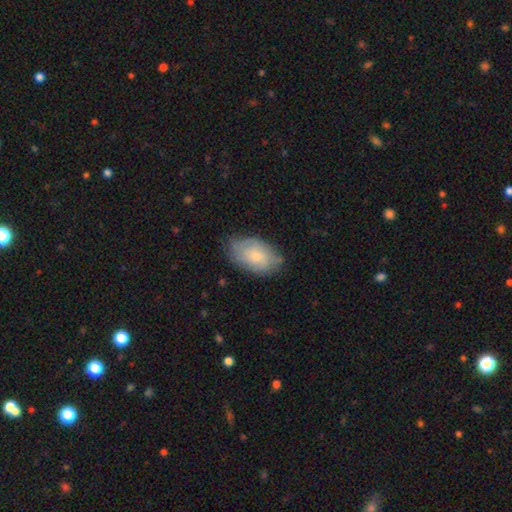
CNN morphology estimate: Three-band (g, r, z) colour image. It shows a smooth galaxy with no disk features (54%) that is in between round and cigar-shaped (91%). Merging: none (74%).